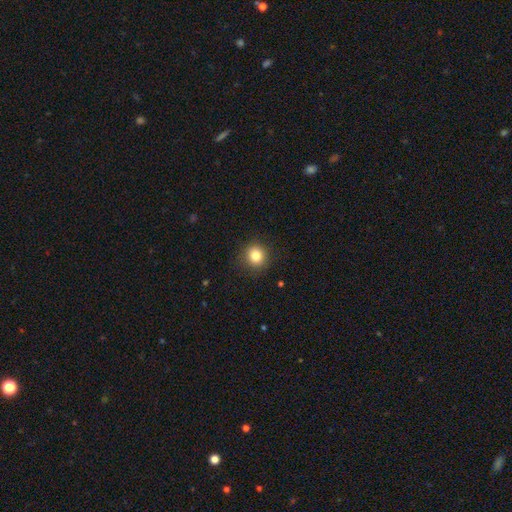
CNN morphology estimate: This appears to be a smooth galaxy with no disk features (83%) that is round (90%). Merging: none (90%).